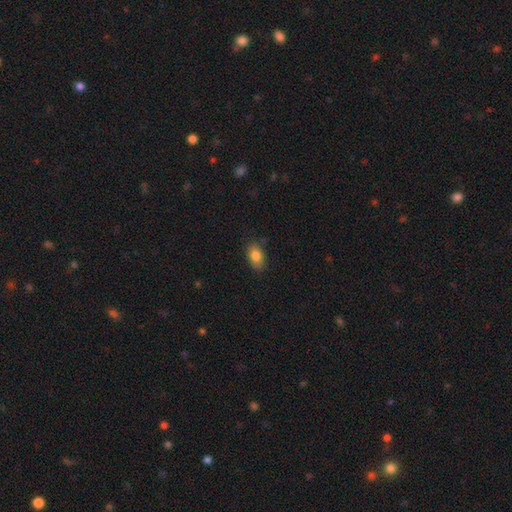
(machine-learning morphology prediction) Smooth or featured?
  - smooth: 83% *
  - featured or disk: 9%
  - star or artifact: 8%
How rounded?
  - in between: 89% *
  - round: 9%
  - cigar-shaped: 2%
Merging?
  - none: 83% *
  - minor disturbance: 13%
  - major disturbance: 3%
  - merger: 1%